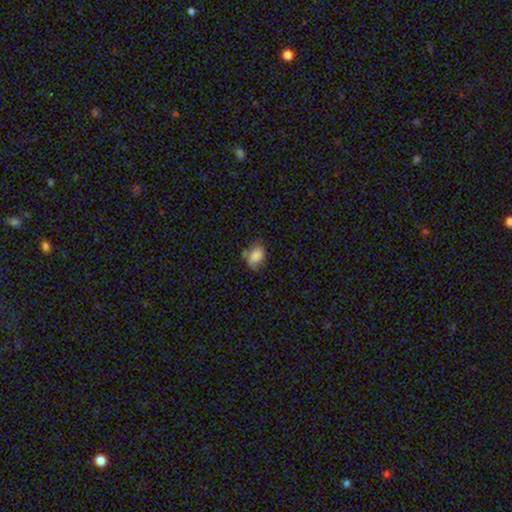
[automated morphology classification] type=smooth (76%); roundness=in between (83%); merging=none (54%).